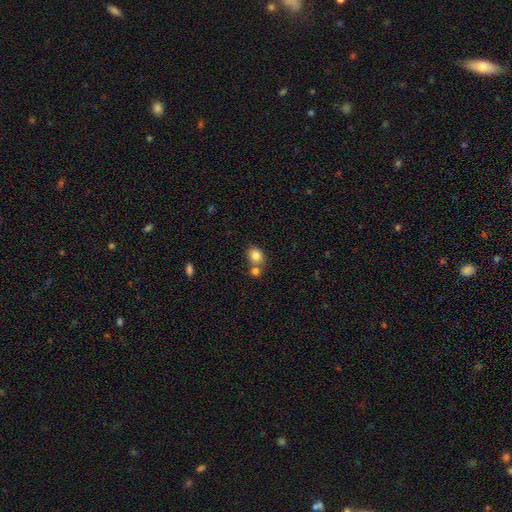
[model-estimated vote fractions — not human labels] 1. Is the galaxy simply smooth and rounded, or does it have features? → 82% smooth, 10% star or artifact, 8% featured or disk.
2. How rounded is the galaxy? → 60% round, 39% in between, 1% cigar-shaped.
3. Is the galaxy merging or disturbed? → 52% none, 35% merger, 10% minor disturbance, 3% major disturbance.